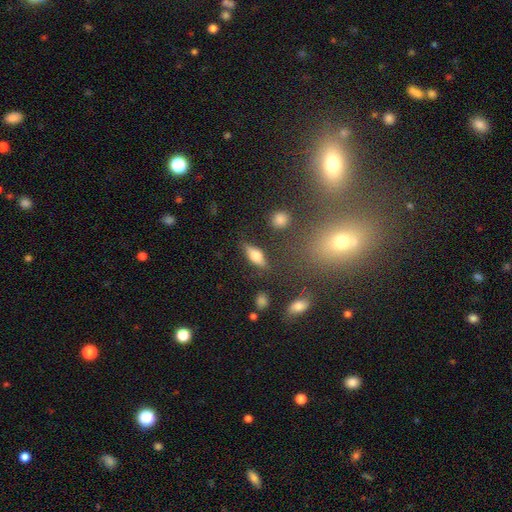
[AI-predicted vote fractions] smooth 56%, featured or disk 36%, star or artifact 8%. Down the decision tree: how rounded — in between (65%); merging — none (78%).